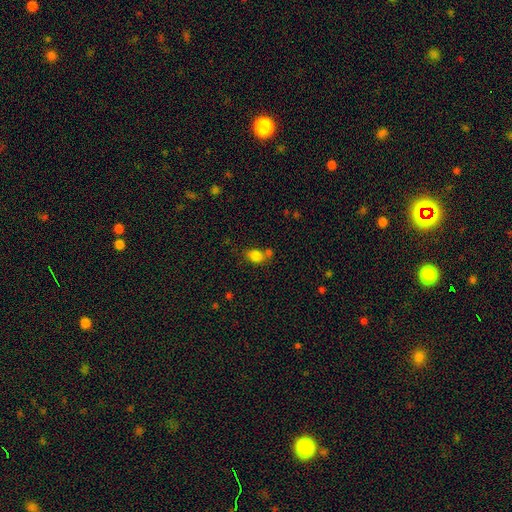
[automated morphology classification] The model was most divided on "merging": none: 53%, merger: 26%, minor disturbance: 15%, major disturbance: 5%. More confident: smooth or featured — smooth (82%); how rounded — in between (64%).